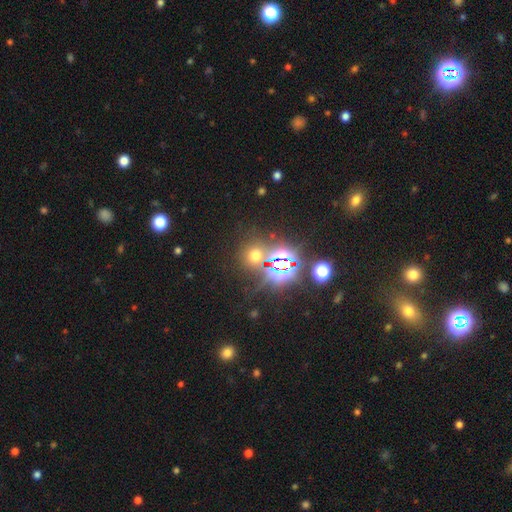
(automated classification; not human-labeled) Smooth or featured?
  - star or artifact: 49% *
  - smooth: 43%
  - featured or disk: 8%